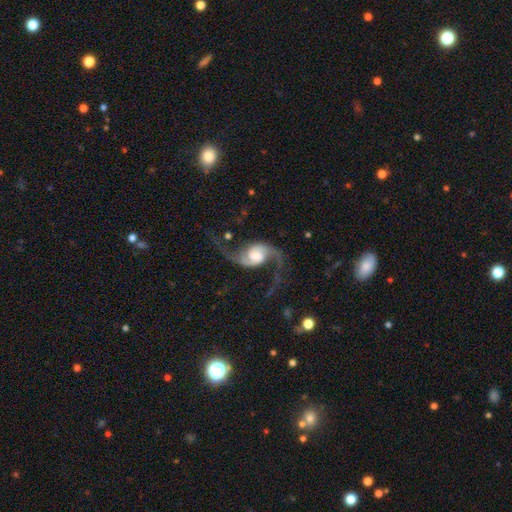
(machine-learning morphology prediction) Smooth or featured?
  - featured or disk: 91% *
  - smooth: 4%
  - star or artifact: 4%
Edge-on disk?
  - no: 98% *
  - yes: 2%
Bar?
  - no: 51% *
  - weak: 37%
  - strong: 12%
Spiral arms?
  - yes: 98% *
  - no: 2%
Spiral winding?
  - loose: 80% *
  - medium: 16%
  - tight: 4%
Spiral arm count?
  - 2: 94% *
  - 1: 2%
  - can't tell: 1%
  - 3: 1%
  - 4: 1%
  - more than 4: 1%
Bulge size?
  - moderate: 37% *
  - large: 34%
  - small: 14%
  - none: 8%
  - dominant: 7%
Merging?
  - none: 65% *
  - major disturbance: 17%
  - minor disturbance: 14%
  - merger: 3%